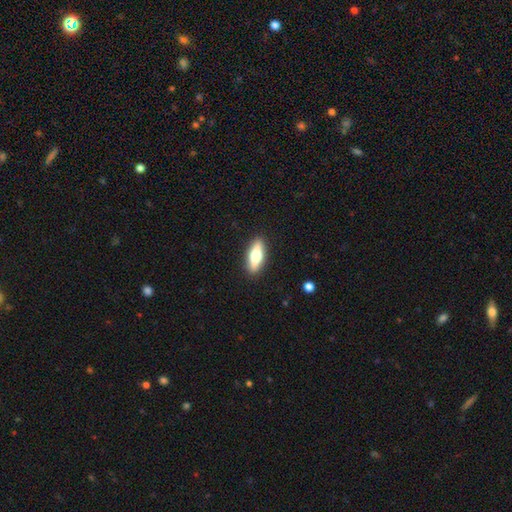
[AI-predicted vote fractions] Overall: smooth (58%; featured or disk 36%). How rounded: in between (57%; cigar-shaped 40%). Merging: none (90%).